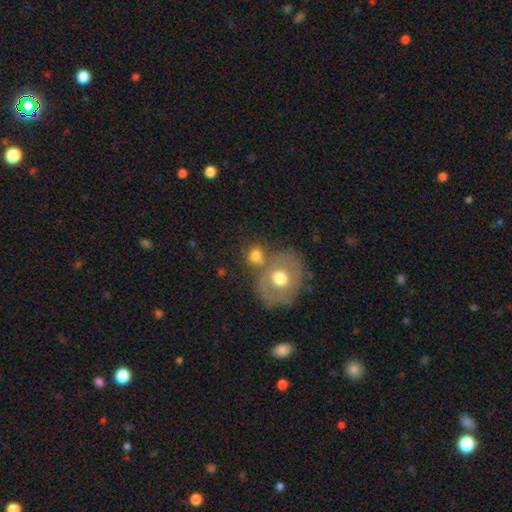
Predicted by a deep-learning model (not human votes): This appears to be a smooth galaxy with no disk features (71%) that is round (73%). Merging: none (46%).